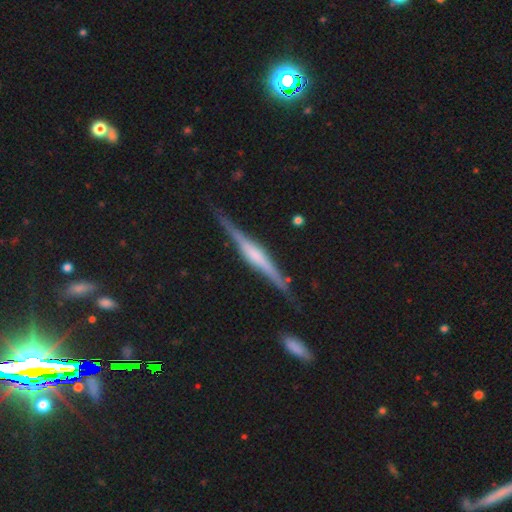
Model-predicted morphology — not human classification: A featured or disk galaxy (78%) viewed edge-on (98%) with a rounded central bulge (53%).

Vote fractions:
- Smooth or featured? featured or disk: 78% / smooth: 16% / star or artifact: 6%
- Edge-on disk? yes: 98% / no: 2%
- Edge-on bulge? rounded: 53% / boxy: 33% / none: 14%
- Merging? none: 84% / minor disturbance: 12% / major disturbance: 2% / merger: 2%